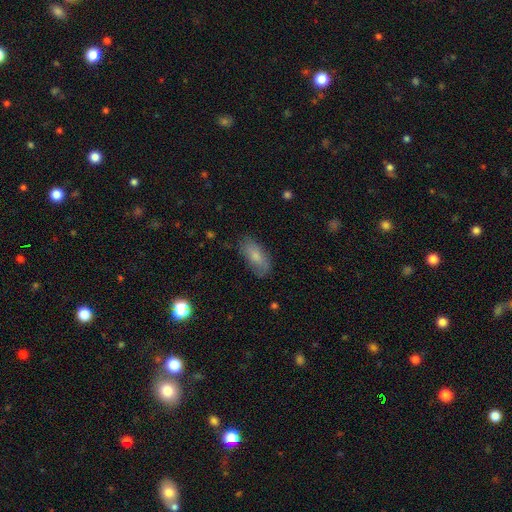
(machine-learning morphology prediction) smooth 73%, featured or disk 20%, star or artifact 7%. Down the decision tree: how rounded — in between (87%); merging — none (72%).